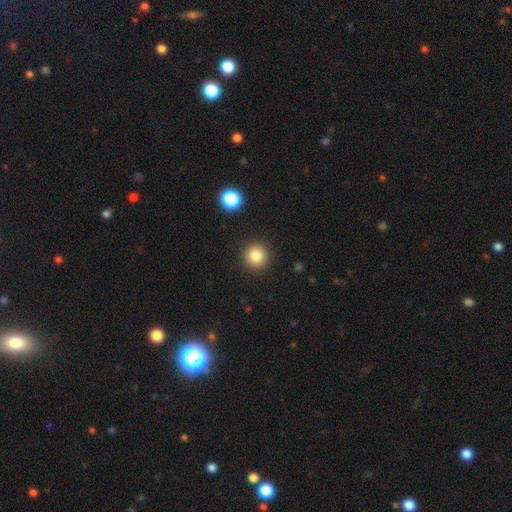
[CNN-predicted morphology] The model was most divided on "smooth or featured": smooth: 83%, star or artifact: 11%, featured or disk: 6%. More confident: how rounded — round (95%); merging — none (91%).